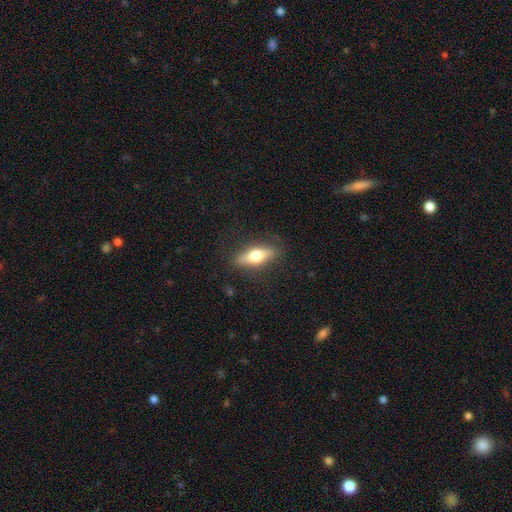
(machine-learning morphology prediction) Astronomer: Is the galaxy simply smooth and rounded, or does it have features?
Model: smooth — 54% (runner-up: featured or disk, 40%).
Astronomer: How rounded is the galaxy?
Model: in between — 53% (runner-up: cigar-shaped, 43%).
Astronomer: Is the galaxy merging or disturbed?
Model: none — 85%.